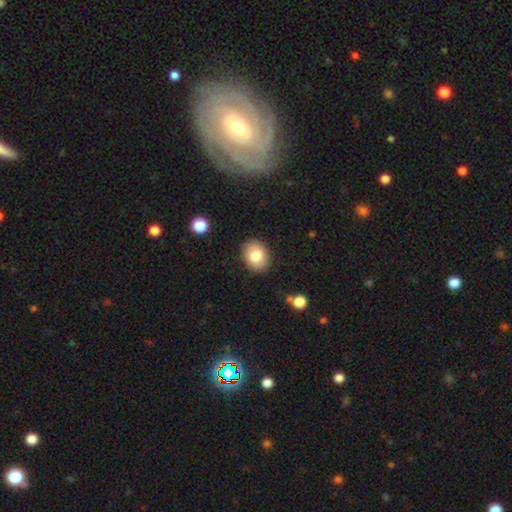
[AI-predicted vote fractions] smooth_or_featured: smooth (p=0.80) [alt: featured or disk p=0.11]
how_rounded: in between (p=0.60) [alt: round p=0.39]
merging: none (p=0.88) [alt: minor disturbance p=0.09]